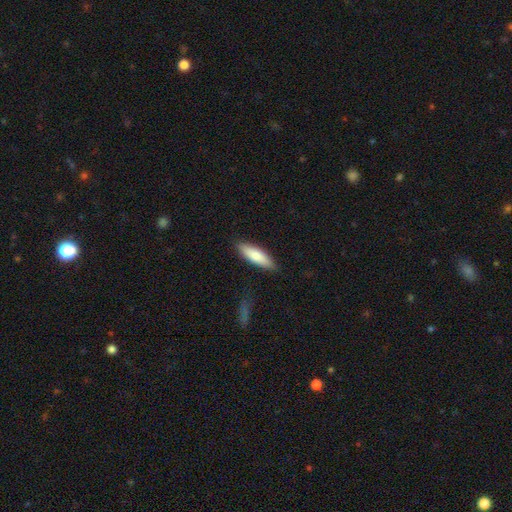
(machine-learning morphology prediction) type=smooth (77%); roundness=in between (50%); merging=none (85%).